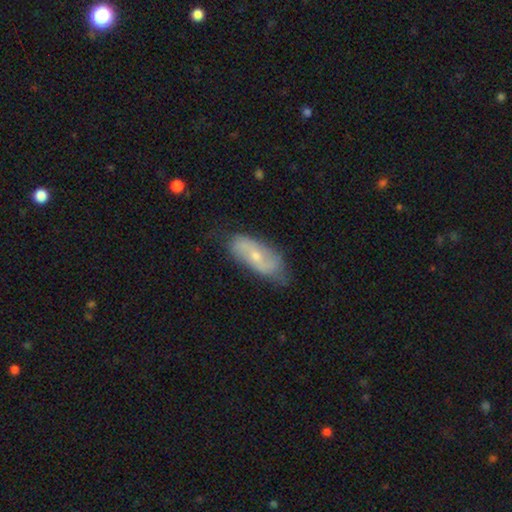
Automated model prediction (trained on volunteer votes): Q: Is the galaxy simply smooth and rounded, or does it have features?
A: featured or disk — 59%.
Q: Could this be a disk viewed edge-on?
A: no — 88%.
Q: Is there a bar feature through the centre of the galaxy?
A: no — 59%.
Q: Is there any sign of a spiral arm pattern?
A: yes — 77%.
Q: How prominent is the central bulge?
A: small — 58%.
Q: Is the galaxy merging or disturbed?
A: none — 69%.